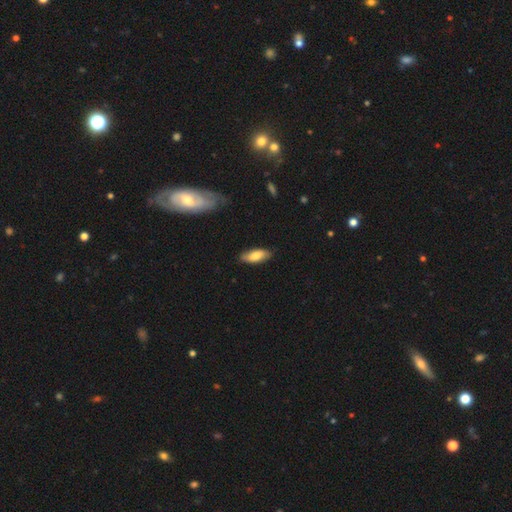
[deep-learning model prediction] This appears to be a smooth galaxy with no disk features (76%) that is in between round and cigar-shaped (78%). Merging: none (83%).